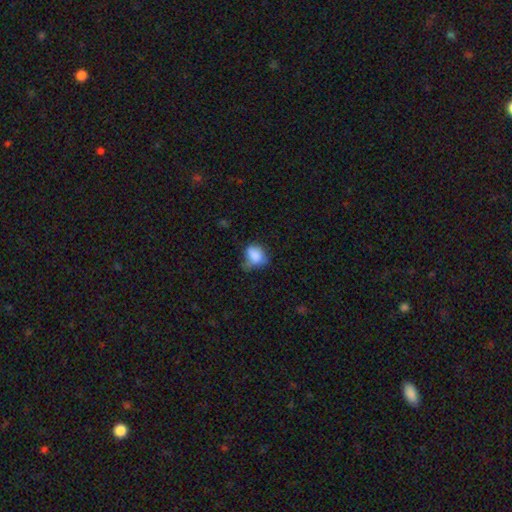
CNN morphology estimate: Overall: smooth (81%). How rounded: in between (56%; round 43%). Merging: minor disturbance (41%; none 37%).